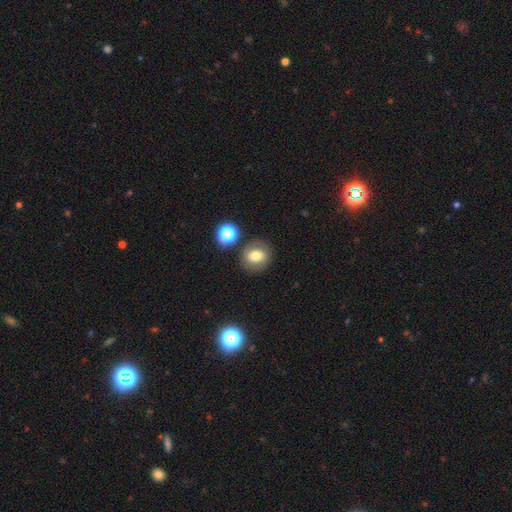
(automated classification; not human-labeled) A smooth galaxy with no disk features (67%) that is round (72%). Merging: none (79%).